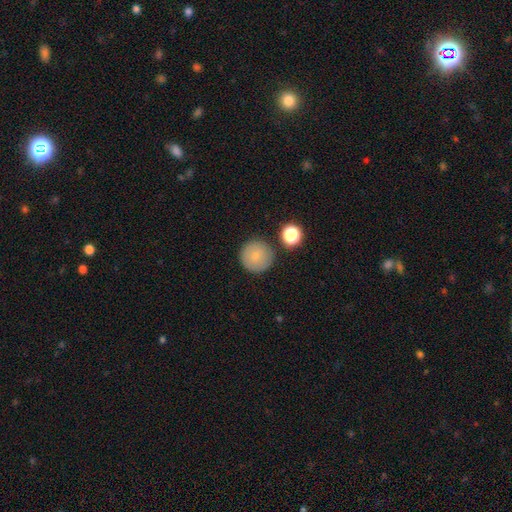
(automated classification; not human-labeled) Smooth or featured?
  - smooth: 79% *
  - featured or disk: 11%
  - star or artifact: 10%
How rounded?
  - round: 96% *
  - in between: 3%
  - cigar-shaped: 1%
Merging?
  - none: 84% *
  - minor disturbance: 9%
  - merger: 5%
  - major disturbance: 3%